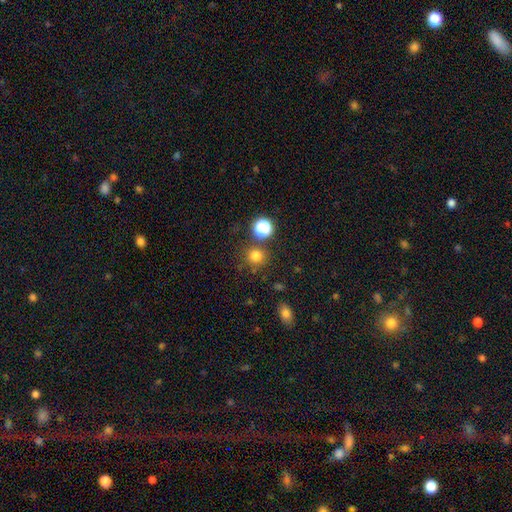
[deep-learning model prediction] Overall: smooth (77%). How rounded: round (91%). Merging: none (80%).